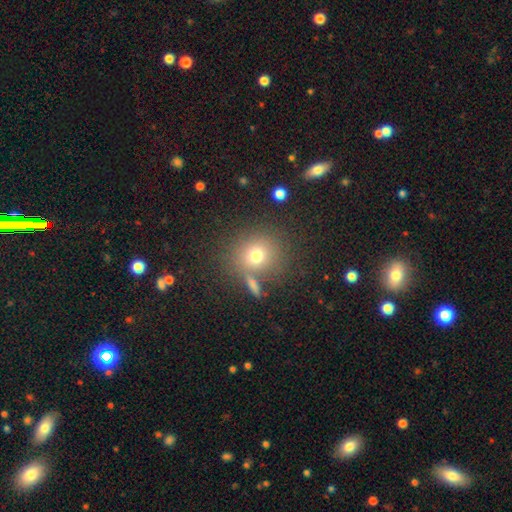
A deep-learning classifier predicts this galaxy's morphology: Smooth or featured: smooth — 72% (star or artifact — 15%)
How rounded: round — 85% (in between — 14%)
Merging: none — 73% (minor disturbance — 11%)